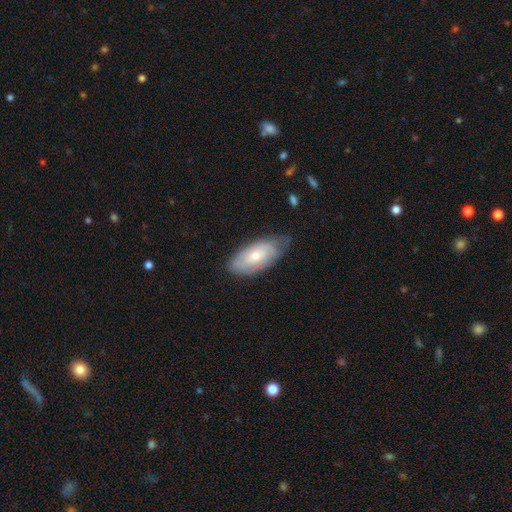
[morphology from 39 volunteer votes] Smooth or featured?
  - smooth: 56% *
  - featured or disk: 44%
  - star or artifact: 0%
How rounded?
  - in between: 91% *
  - cigar-shaped: 9%
  - round: 0%
Merging?
  - none: 62% *
  - minor disturbance: 31%
  - major disturbance: 5%
  - merger: 3%